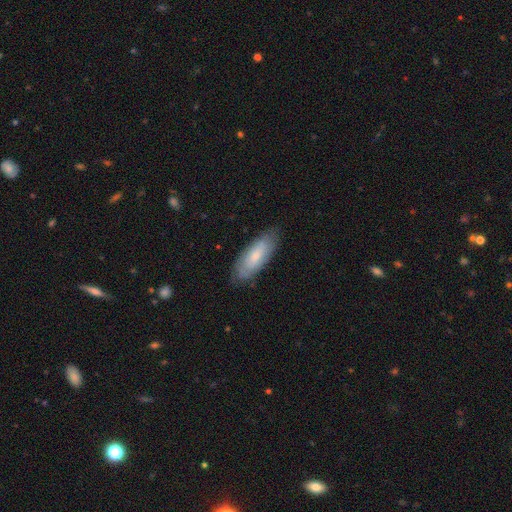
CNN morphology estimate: smooth-or-featured: smooth: 64% | featured or disk: 30% | star or artifact: 6%
  how-rounded: in between: 71% | cigar-shaped: 27% | round: 2%
  merging: none: 78% | minor disturbance: 17% | major disturbance: 4% | merger: 1%